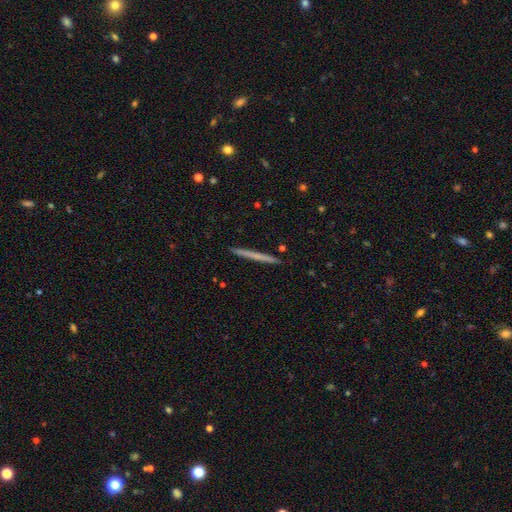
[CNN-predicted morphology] Smooth or featured?
  - smooth: 53% *
  - featured or disk: 41%
  - star or artifact: 6%
How rounded?
  - cigar-shaped: 97% *
  - in between: 2%
  - round: 1%
Merging?
  - none: 93% *
  - minor disturbance: 5%
  - major disturbance: 1%
  - merger: 1%